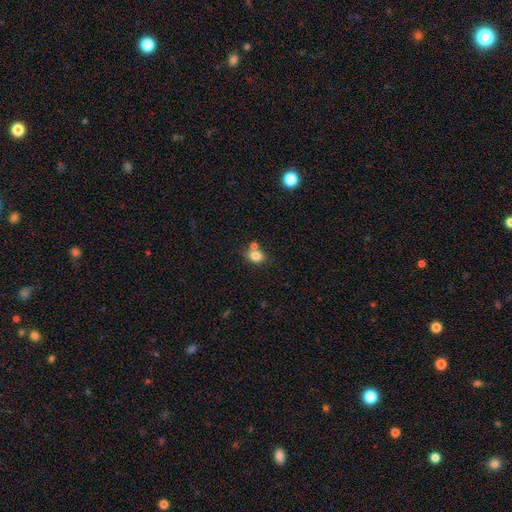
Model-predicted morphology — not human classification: smooth 81%, star or artifact 11%, featured or disk 8%. Down the decision tree: how rounded — in between (61%); merging — none (57%).